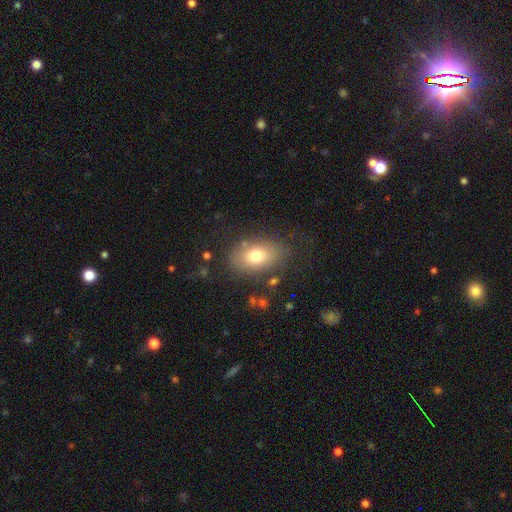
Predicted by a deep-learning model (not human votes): Smooth or featured? Predicted: smooth (p=0.75). How rounded? Predicted: in between (p=0.83). Merging? Predicted: none (p=0.78).